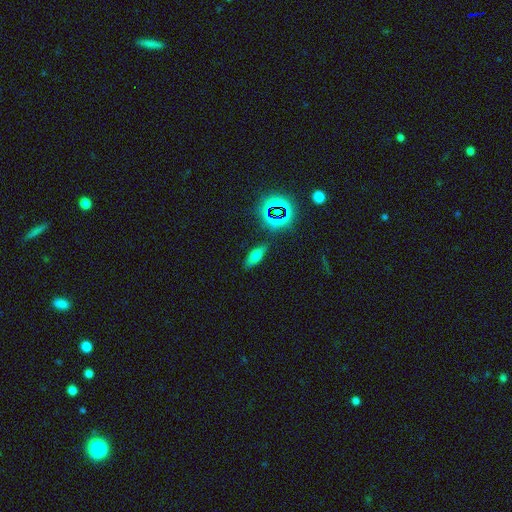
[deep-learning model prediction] smooth_or_featured: smooth (p=0.63) [alt: star or artifact p=0.20]
how_rounded: in between (p=0.70) [alt: cigar-shaped p=0.24]
merging: none (p=0.82) [alt: minor disturbance p=0.12]